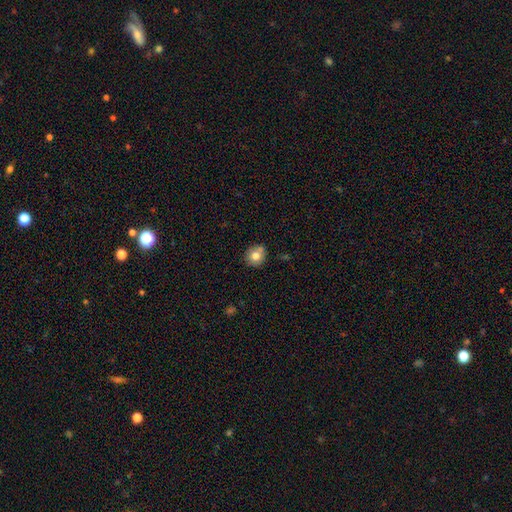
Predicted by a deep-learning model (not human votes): Smooth or featured? smooth (77%)
How rounded? round (82%)
Merging? none (75%)